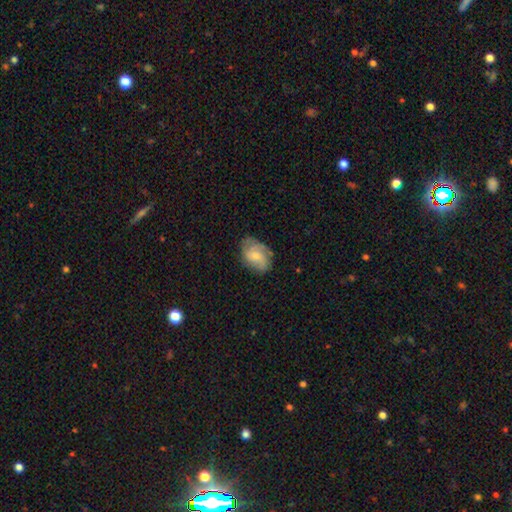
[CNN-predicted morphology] featured or disk 51%, smooth 42%, star or artifact 7%. Down the decision tree: edge-on disk — no (97%); merging — none (67%).